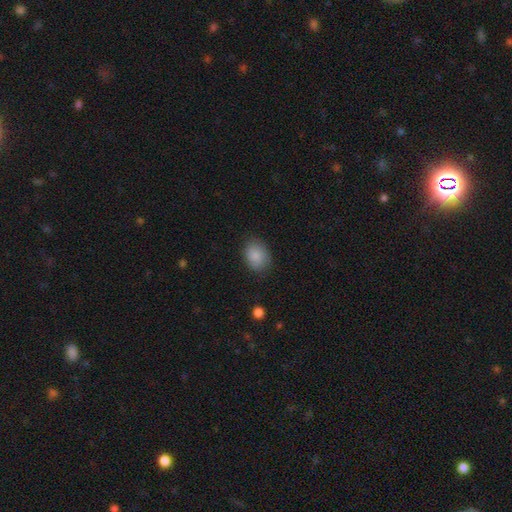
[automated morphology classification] smooth 87%, star or artifact 7%, featured or disk 5%. Down the decision tree: how rounded — in between (64%); merging — none (81%).